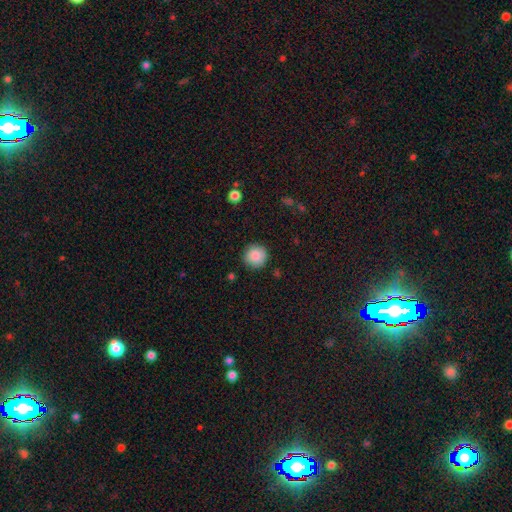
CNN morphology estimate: Smooth or featured? smooth (87%)
How rounded? round (95%)
Merging? none (89%)